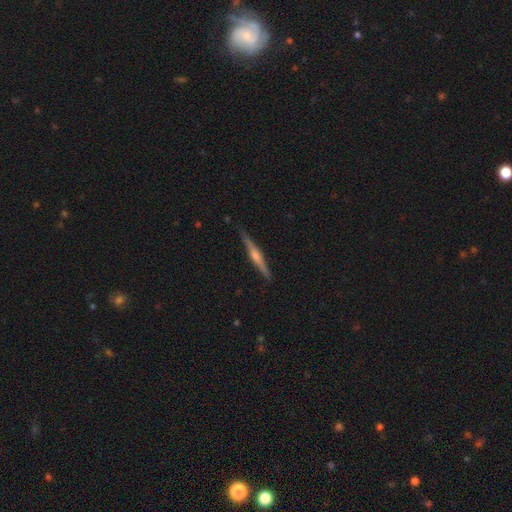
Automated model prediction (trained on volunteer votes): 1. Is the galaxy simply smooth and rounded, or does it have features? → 74% featured or disk, 20% smooth, 5% star or artifact.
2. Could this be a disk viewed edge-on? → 98% yes, 2% no.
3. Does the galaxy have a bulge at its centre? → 80% rounded, 11% boxy, 10% none.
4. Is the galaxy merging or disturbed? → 90% none, 8% minor disturbance, 1% major disturbance, 1% merger.